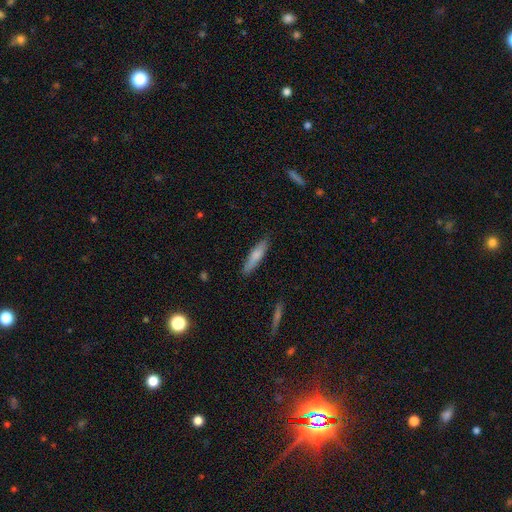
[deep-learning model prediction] Q: Smooth or featured?
A: smooth (74%); runner-up: featured or disk (20%)
Q: How rounded?
A: cigar-shaped (76%); runner-up: in between (23%)
Q: Merging?
A: none (85%); runner-up: minor disturbance (11%)